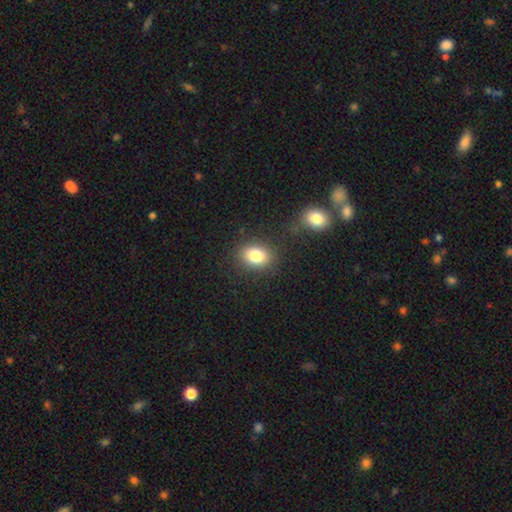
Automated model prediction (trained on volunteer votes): Morphology: type=smooth (82%); roundness=in between (64%); merging=none (82%).